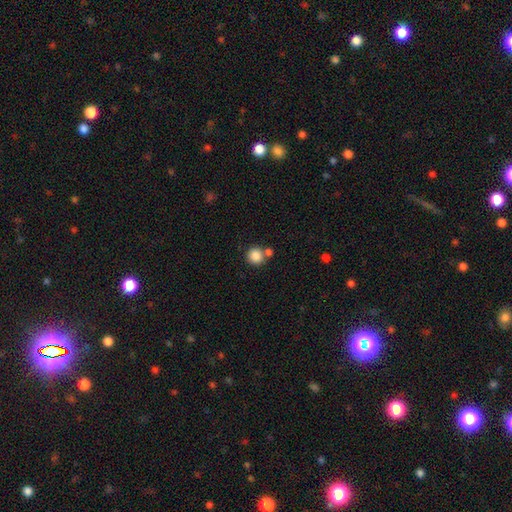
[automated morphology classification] Smooth or featured? smooth (86%)
How rounded? round (92%)
Merging? none (65%)